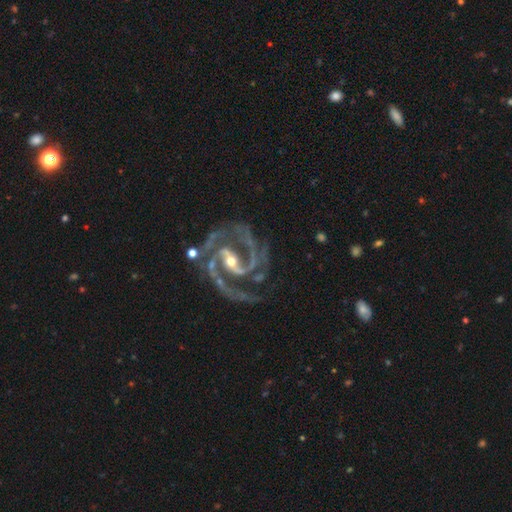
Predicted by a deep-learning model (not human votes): Smooth or featured?
  - featured or disk: 93% *
  - star or artifact: 5%
  - smooth: 2%
Edge-on disk?
  - no: 98% *
  - yes: 2%
Bar?
  - strong: 47% *
  - weak: 36%
  - no: 17%
Spiral arms?
  - yes: 98% *
  - no: 2%
Spiral winding?
  - medium: 53% *
  - tight: 39%
  - loose: 8%
Spiral arm count?
  - 2: 72% *
  - 3: 16%
  - can't tell: 4%
  - 4: 3%
  - 1: 3%
  - more than 4: 3%
Bulge size?
  - small: 54% *
  - moderate: 42%
  - large: 2%
  - none: 1%
  - dominant: 1%
Merging?
  - none: 66% *
  - minor disturbance: 18%
  - major disturbance: 12%
  - merger: 5%